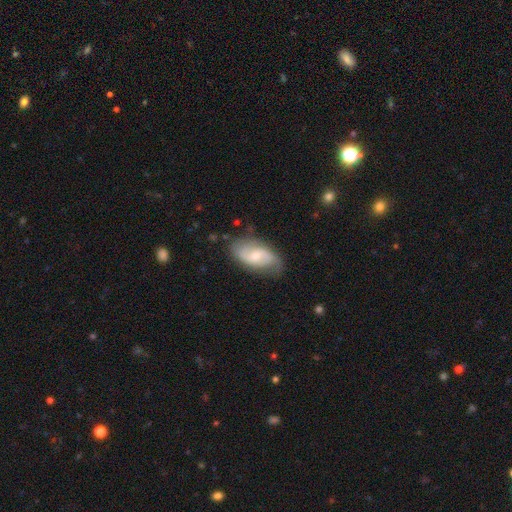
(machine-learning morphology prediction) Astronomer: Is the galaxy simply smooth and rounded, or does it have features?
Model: featured or disk — 63%.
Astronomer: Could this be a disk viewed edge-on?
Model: no — 95%.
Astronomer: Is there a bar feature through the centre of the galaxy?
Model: no — 46% (runner-up: weak, 43%).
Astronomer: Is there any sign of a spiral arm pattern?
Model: yes — 87%.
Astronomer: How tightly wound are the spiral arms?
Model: loose — 50% (runner-up: medium, 36%).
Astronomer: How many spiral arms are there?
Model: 2 — 85%.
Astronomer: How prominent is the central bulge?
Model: small — 58% (runner-up: moderate, 37%).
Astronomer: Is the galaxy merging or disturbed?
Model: none — 72%.